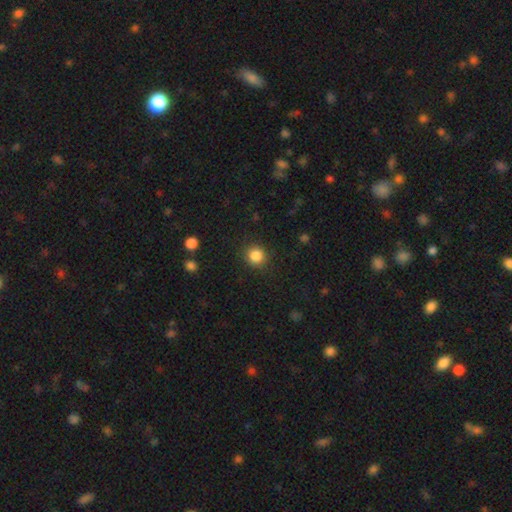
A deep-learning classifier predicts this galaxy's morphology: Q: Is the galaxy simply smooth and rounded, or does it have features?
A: smooth — 86%.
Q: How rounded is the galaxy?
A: round — 91%.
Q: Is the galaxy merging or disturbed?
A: none — 89%.